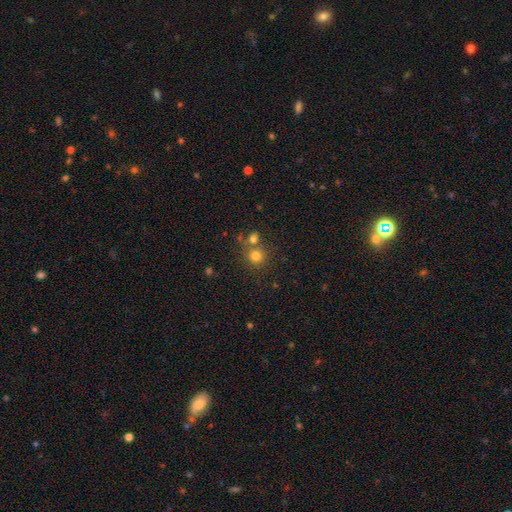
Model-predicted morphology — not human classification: A smooth galaxy with no disk features (77%) that is round (88%). Merging: none (61%).